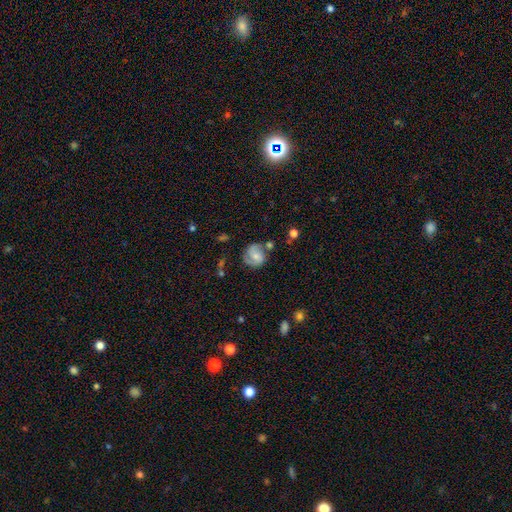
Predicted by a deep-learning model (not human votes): Smooth or featured: featured or disk — 64% (smooth — 29%)
Edge-on disk: no — 98% (yes — 2%)
Bar: no — 55% (weak — 36%)
Spiral arms: yes — 89% (no — 11%)
Spiral winding: medium — 44% (tight — 37%)
Spiral arm count: 2 — 76% (can't tell — 11%)
Bulge size: small — 46% (moderate — 45%)
Merging: none — 64% (minor disturbance — 21%)